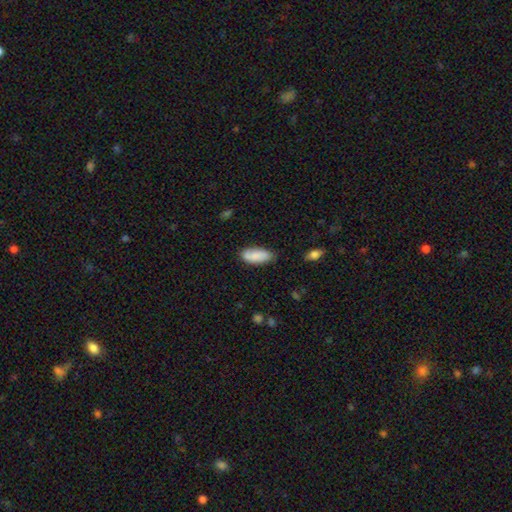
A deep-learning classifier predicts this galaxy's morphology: The model was most divided on "merging": none: 73%, minor disturbance: 21%, major disturbance: 4%, merger: 2%. More confident: how rounded — in between (85%); smooth or featured — smooth (85%).